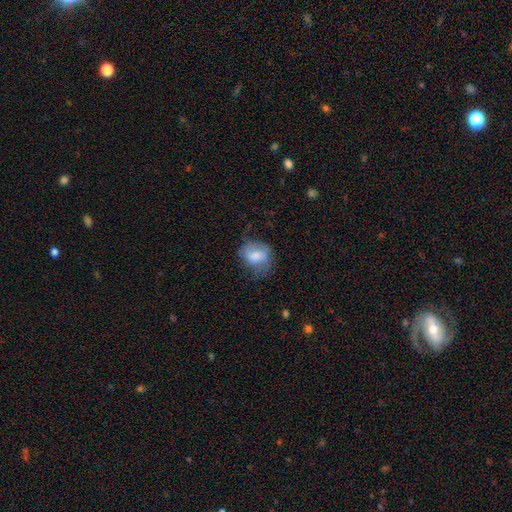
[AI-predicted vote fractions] Smooth or featured? Predicted: smooth (p=0.63). How rounded? Predicted: round (p=0.52). Merging? Predicted: none (p=0.50).